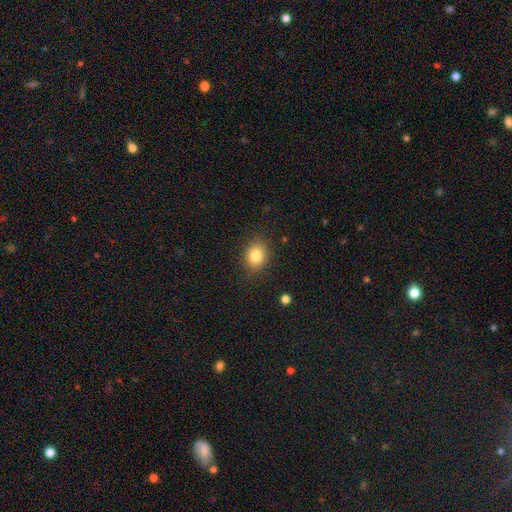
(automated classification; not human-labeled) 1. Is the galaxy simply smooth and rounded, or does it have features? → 82% smooth, 10% star or artifact, 8% featured or disk.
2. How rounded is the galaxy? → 50% round, 49% in between, 1% cigar-shaped.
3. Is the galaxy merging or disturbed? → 87% none, 9% minor disturbance, 3% major disturbance, 1% merger.